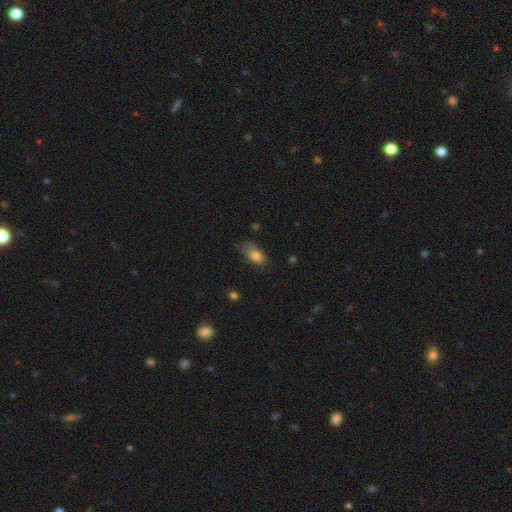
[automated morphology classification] type=smooth (78%); roundness=in between (88%); merging=none (40%).